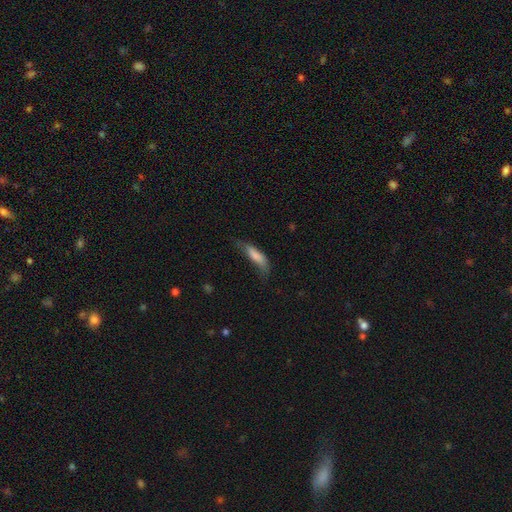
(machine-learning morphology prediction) Q: Smooth or featured?
A: smooth (75%); runner-up: featured or disk (18%)
Q: How rounded?
A: cigar-shaped (60%); runner-up: in between (38%)
Q: Merging?
A: none (40%); runner-up: minor disturbance (34%)